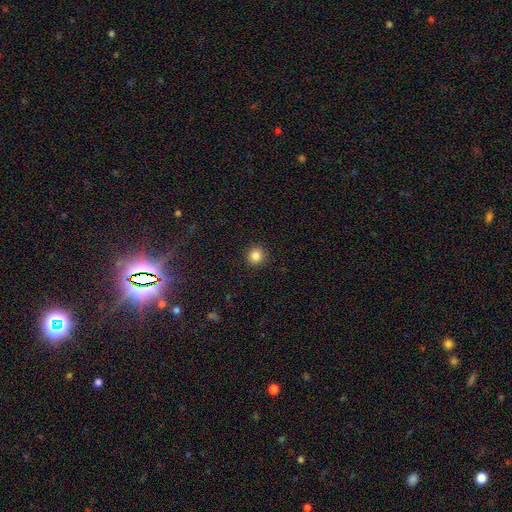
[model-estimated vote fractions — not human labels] Overall: smooth (85%). How rounded: round (94%). Merging: none (93%).